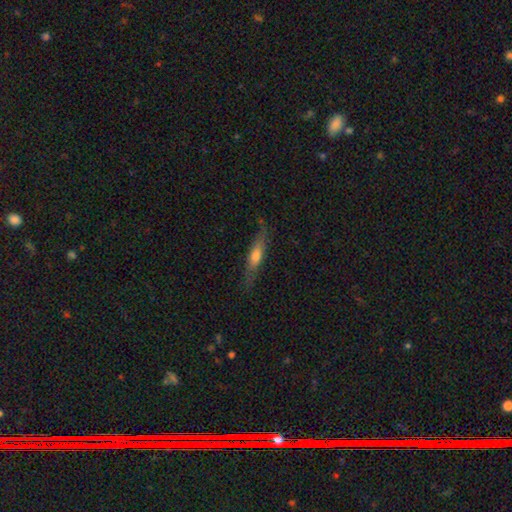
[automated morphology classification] Overall: smooth (47%; featured or disk 46%). Merging: none (79%).